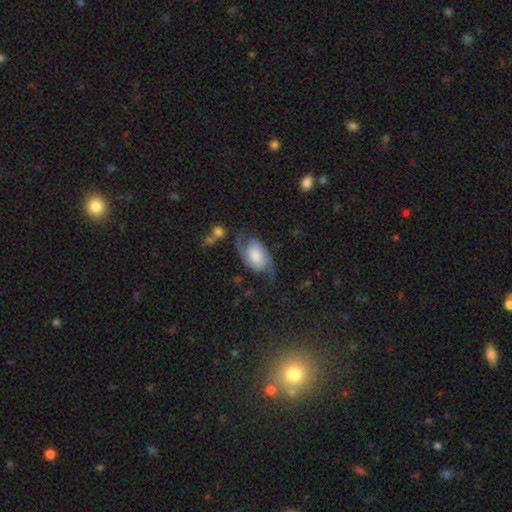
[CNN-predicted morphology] A featured or disk galaxy (79%) with no bar (60%), 2 (92%) medium (44%) spiral arms (95%) and a large central bulge (36%). Merging: none (60%).